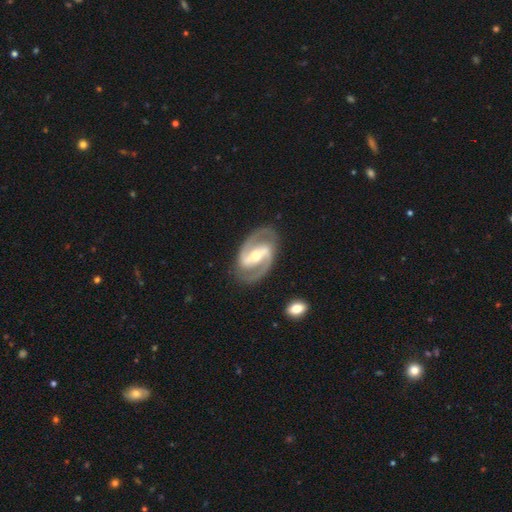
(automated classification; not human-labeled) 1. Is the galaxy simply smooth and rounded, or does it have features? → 92% featured or disk, 5% smooth, 4% star or artifact.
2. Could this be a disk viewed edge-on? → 97% no, 3% yes.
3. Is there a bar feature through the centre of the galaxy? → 66% strong, 25% weak, 9% no.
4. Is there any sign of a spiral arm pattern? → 97% yes, 3% no.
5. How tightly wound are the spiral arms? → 57% medium, 32% tight, 12% loose.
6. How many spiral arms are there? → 94% 2, 2% can't tell, 1% 3, 1% 1, 1% 4, 1% more than 4.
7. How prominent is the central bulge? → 57% moderate, 38% small, 3% large, 1% none, 1% dominant.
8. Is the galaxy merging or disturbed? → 85% none, 10% minor disturbance, 3% major disturbance, 2% merger.